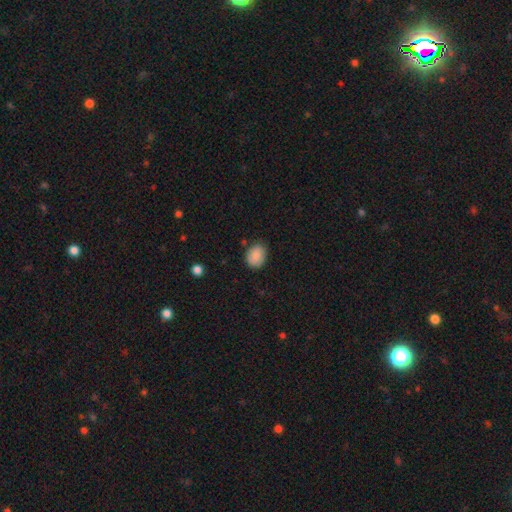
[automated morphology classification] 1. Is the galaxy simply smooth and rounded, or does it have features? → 87% smooth, 8% star or artifact, 5% featured or disk.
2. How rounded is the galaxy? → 58% in between, 41% round, 1% cigar-shaped.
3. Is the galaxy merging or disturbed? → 79% none, 16% minor disturbance, 3% major disturbance, 2% merger.